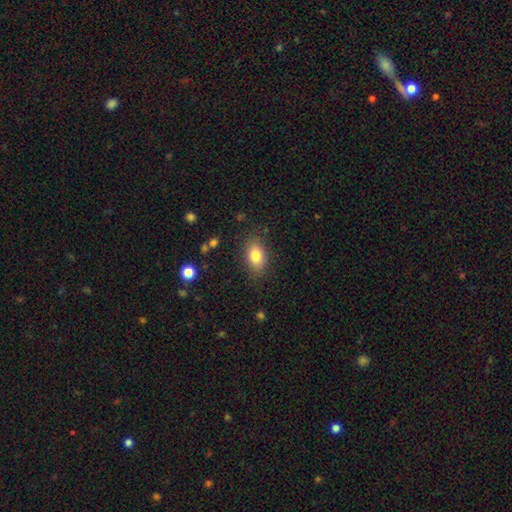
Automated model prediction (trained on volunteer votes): A smooth galaxy with no disk features (82%) that is in between round and cigar-shaped (86%). Merging: none (84%).